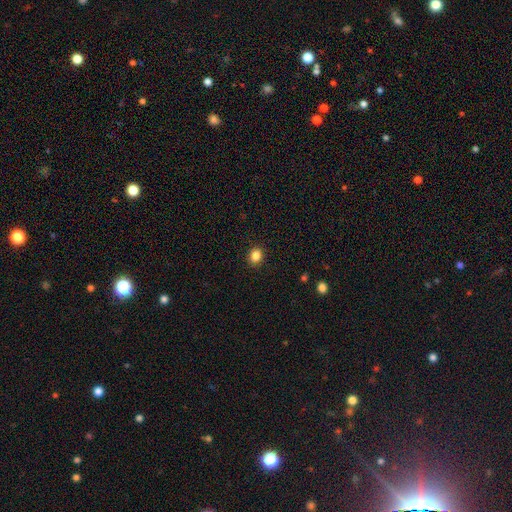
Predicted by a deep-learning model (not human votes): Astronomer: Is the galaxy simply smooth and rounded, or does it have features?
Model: smooth — 85%.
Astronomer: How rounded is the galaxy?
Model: round — 63%.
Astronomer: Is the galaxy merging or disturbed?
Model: none — 91%.